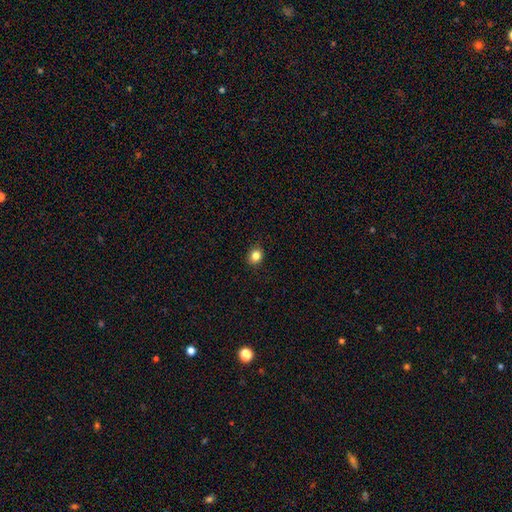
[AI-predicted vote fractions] Smooth or featured?
  - smooth: 83% *
  - star or artifact: 12%
  - featured or disk: 6%
How rounded?
  - round: 67% *
  - in between: 33%
  - cigar-shaped: 1%
Merging?
  - none: 89% *
  - minor disturbance: 8%
  - major disturbance: 2%
  - merger: 1%